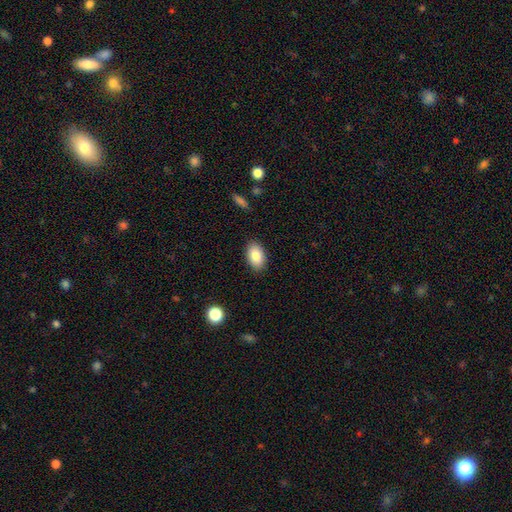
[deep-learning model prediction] This is clearly a smooth galaxy (85%). How rounded: clearly in between (92%). Merging: clearly none (88%).